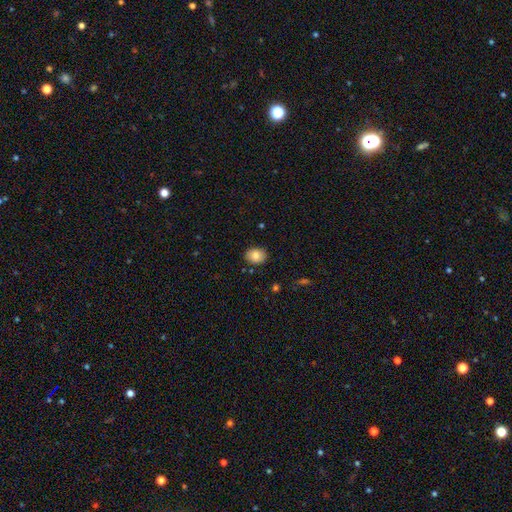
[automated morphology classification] Smooth or featured? Predicted: smooth (p=0.83). How rounded? Predicted: in between (p=0.53). Merging? Predicted: none (p=0.86).